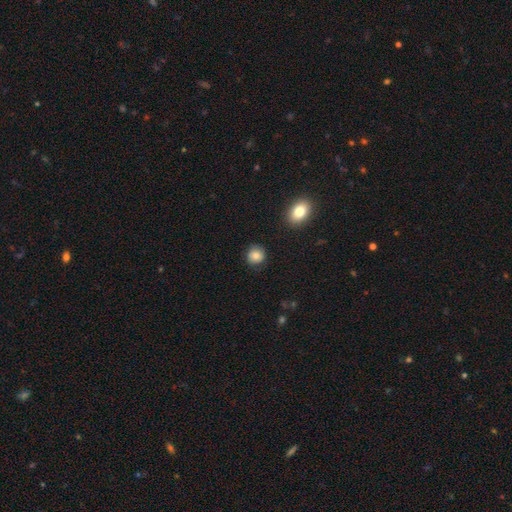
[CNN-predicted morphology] Smooth or featured?
  - smooth: 83% *
  - star or artifact: 9%
  - featured or disk: 8%
How rounded?
  - round: 88% *
  - in between: 11%
  - cigar-shaped: 1%
Merging?
  - none: 87% *
  - minor disturbance: 9%
  - major disturbance: 2%
  - merger: 1%